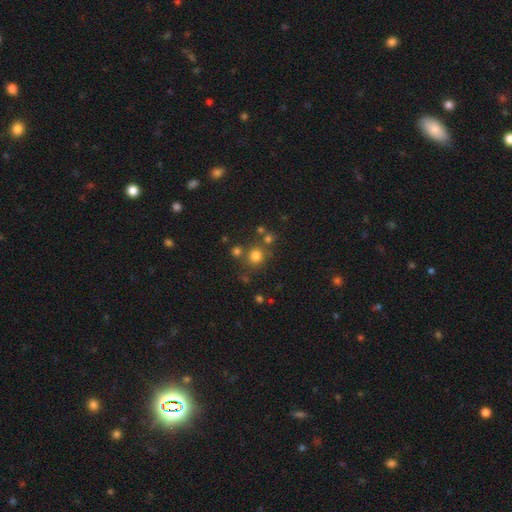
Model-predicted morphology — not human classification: Overall: smooth (76%). How rounded: round (91%). Merging: none (73%).